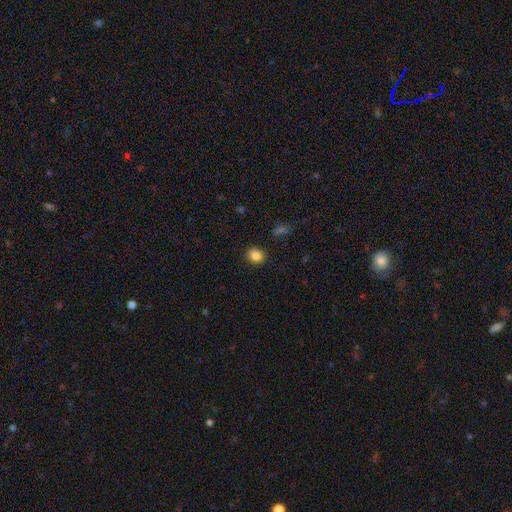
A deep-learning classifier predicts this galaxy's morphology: Q: Smooth or featured?
A: smooth (85%); runner-up: star or artifact (11%)
Q: How rounded?
A: round (74%); runner-up: in between (25%)
Q: Merging?
A: none (89%); runner-up: minor disturbance (8%)